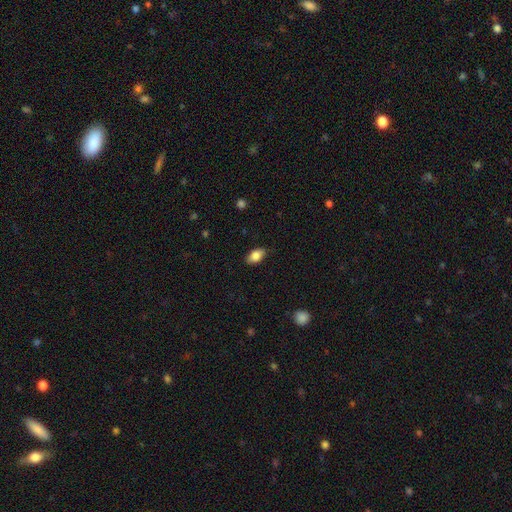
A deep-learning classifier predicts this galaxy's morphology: The model was most divided on "merging": none: 85%, minor disturbance: 12%, major disturbance: 2%, merger: 1%. More confident: how rounded — in between (90%); smooth or featured — smooth (84%).